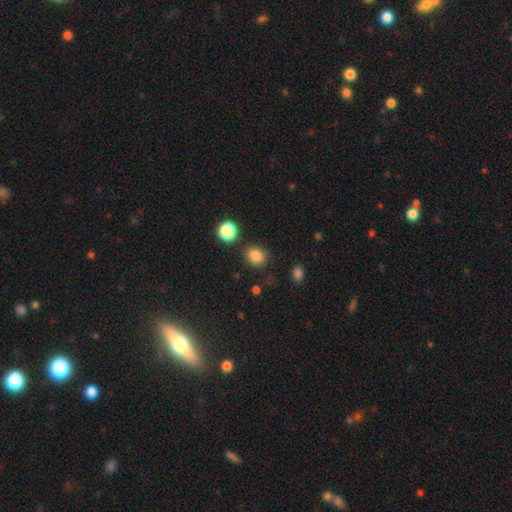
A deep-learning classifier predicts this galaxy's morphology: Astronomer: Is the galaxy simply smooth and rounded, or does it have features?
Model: smooth — 83%.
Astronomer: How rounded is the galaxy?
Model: round — 70%.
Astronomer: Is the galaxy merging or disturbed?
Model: none — 83%.